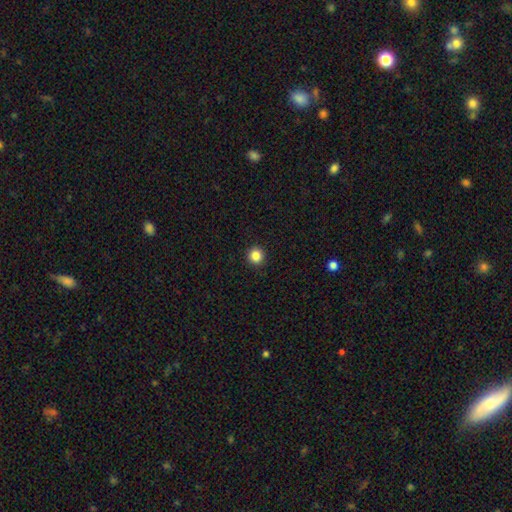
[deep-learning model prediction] A smooth galaxy with no disk features (86%) that is round (94%). Merging: none (93%).